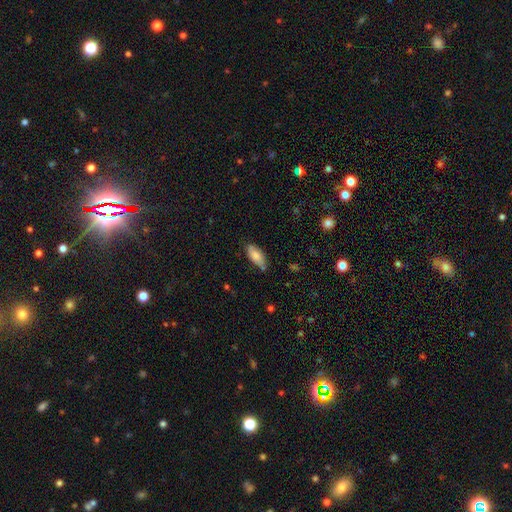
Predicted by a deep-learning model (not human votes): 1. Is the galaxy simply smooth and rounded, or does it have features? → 78% smooth, 15% featured or disk, 7% star or artifact.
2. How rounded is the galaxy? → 86% in between, 12% cigar-shaped, 2% round.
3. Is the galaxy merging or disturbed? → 70% none, 23% minor disturbance, 4% major disturbance, 3% merger.